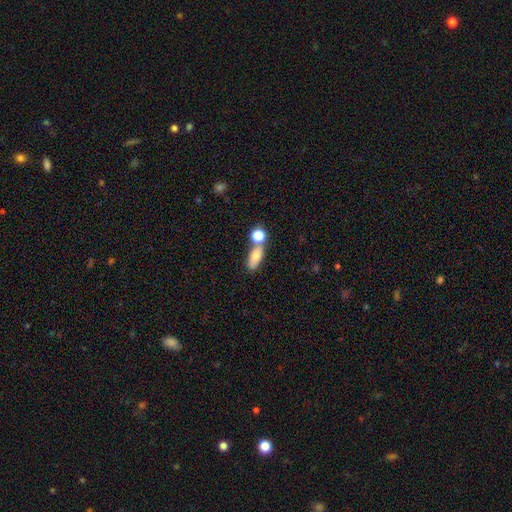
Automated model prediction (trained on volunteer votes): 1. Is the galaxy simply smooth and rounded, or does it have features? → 75% smooth, 15% featured or disk, 10% star or artifact.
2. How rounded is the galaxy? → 72% in between, 16% cigar-shaped, 12% round.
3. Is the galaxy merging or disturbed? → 53% none, 30% merger, 12% minor disturbance, 5% major disturbance.